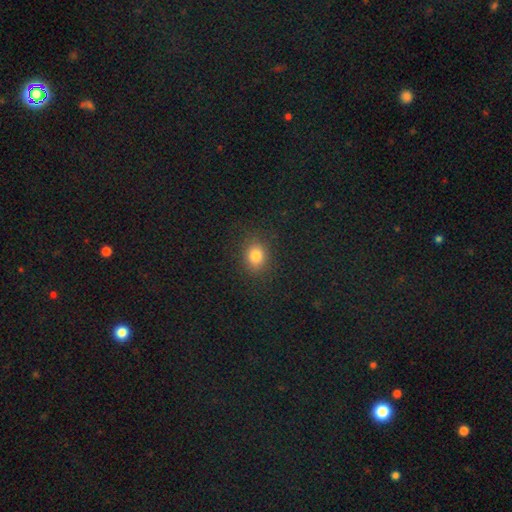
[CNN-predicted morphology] smooth_or_featured: smooth (p=0.80) [alt: star or artifact p=0.14]
how_rounded: round (p=0.61) [alt: in between p=0.38]
merging: none (p=0.87) [alt: minor disturbance p=0.09]